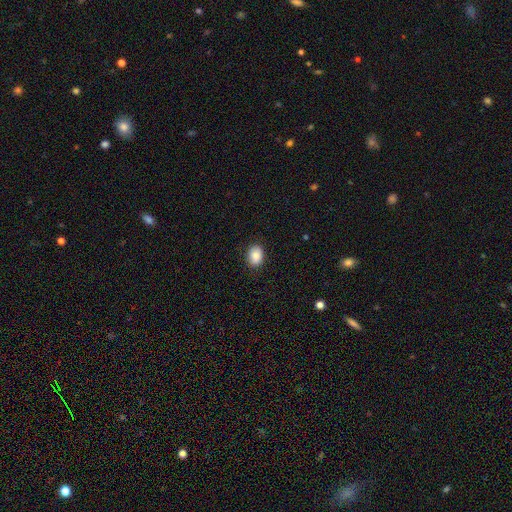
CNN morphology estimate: Smooth or featured? smooth (87%)
How rounded? in between (68%)
Merging? none (88%)